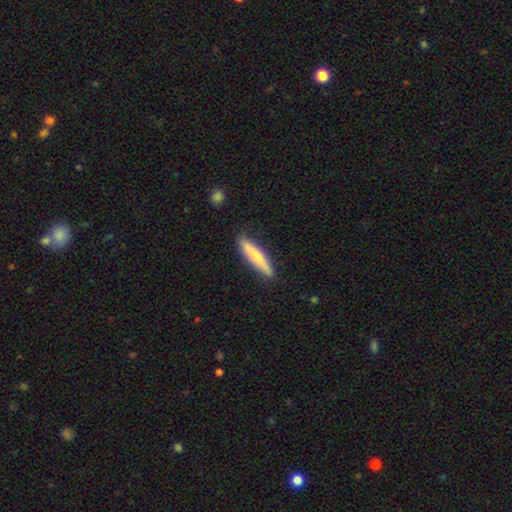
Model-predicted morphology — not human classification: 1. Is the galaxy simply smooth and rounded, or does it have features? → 62% smooth, 32% featured or disk, 5% star or artifact.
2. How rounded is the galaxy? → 88% cigar-shaped, 11% in between, 1% round.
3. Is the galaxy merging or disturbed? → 88% none, 9% minor disturbance, 2% major disturbance, 1% merger.